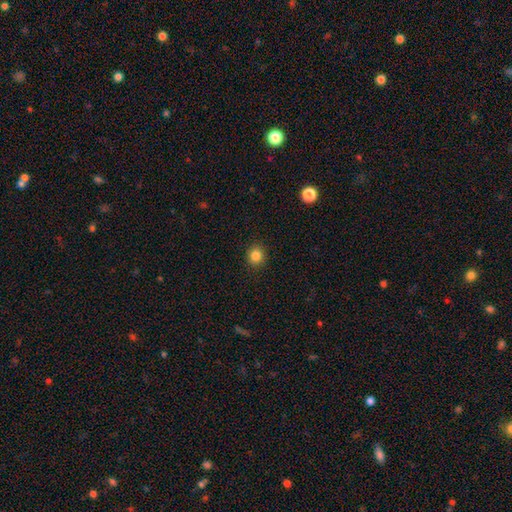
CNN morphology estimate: Smooth or featured: smooth — 84% (star or artifact — 11%)
How rounded: round — 87% (in between — 12%)
Merging: none — 91% (minor disturbance — 6%)